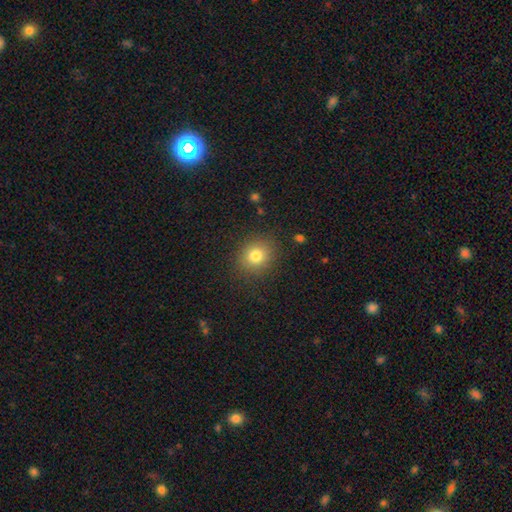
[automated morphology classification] smooth_or_featured: smooth (p=0.79) [alt: star or artifact p=0.12]
how_rounded: round (p=0.75) [alt: in between p=0.24]
merging: none (p=0.86) [alt: minor disturbance p=0.09]